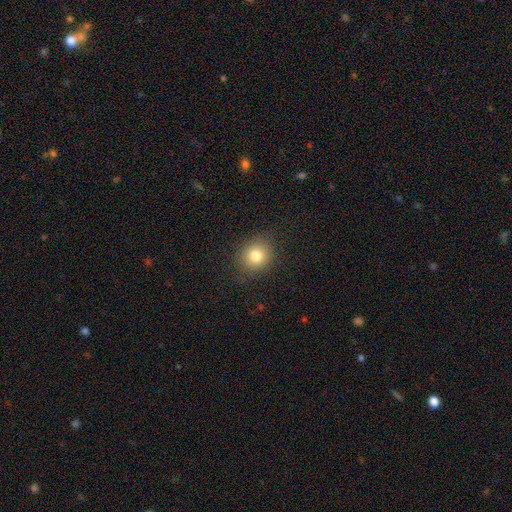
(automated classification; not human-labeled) smooth_or_featured: smooth (p=0.80) [alt: star or artifact p=0.11]
how_rounded: round (p=0.81) [alt: in between p=0.18]
merging: none (p=0.86) [alt: minor disturbance p=0.10]